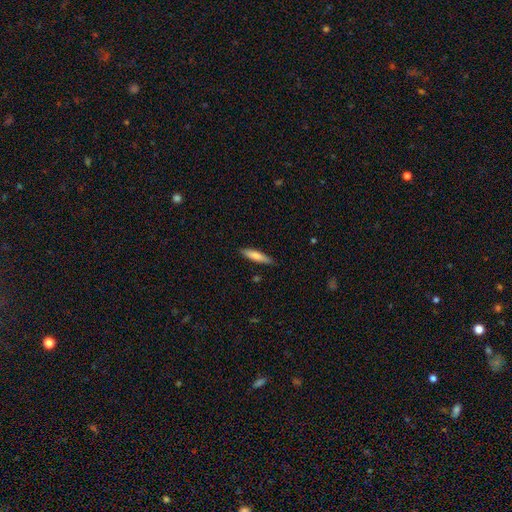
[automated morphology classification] smooth_or_featured: smooth (p=0.77) [alt: featured or disk p=0.18]
how_rounded: cigar-shaped (p=0.81) [alt: in between p=0.17]
merging: none (p=0.87) [alt: minor disturbance p=0.10]